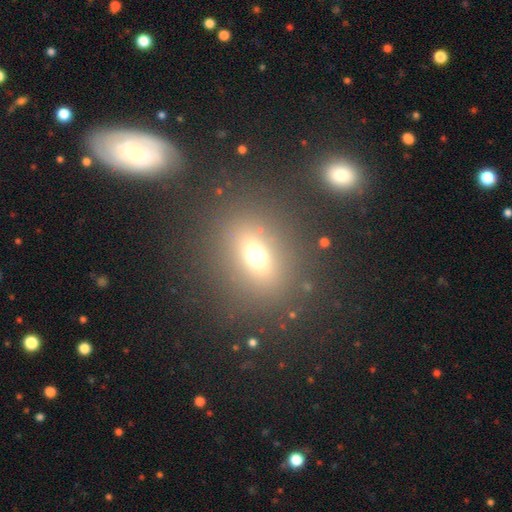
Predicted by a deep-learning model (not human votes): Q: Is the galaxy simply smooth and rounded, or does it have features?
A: smooth — 62%.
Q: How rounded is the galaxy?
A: round — 52%.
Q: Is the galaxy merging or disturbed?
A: none — 81%.